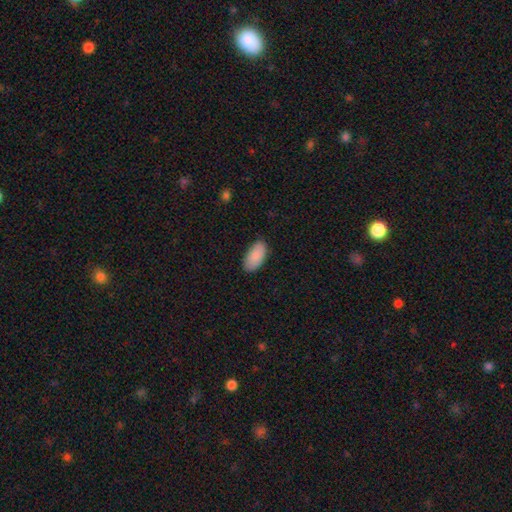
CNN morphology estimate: smooth 88%, featured or disk 6%, star or artifact 6%. Down the decision tree: how rounded — in between (95%); merging — none (83%).